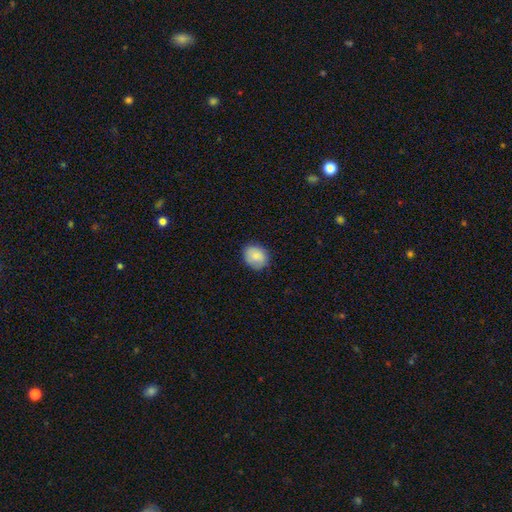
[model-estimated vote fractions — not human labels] This is clearly a smooth galaxy (86%). How rounded: possibly round (59%). Merging: clearly none (83%).